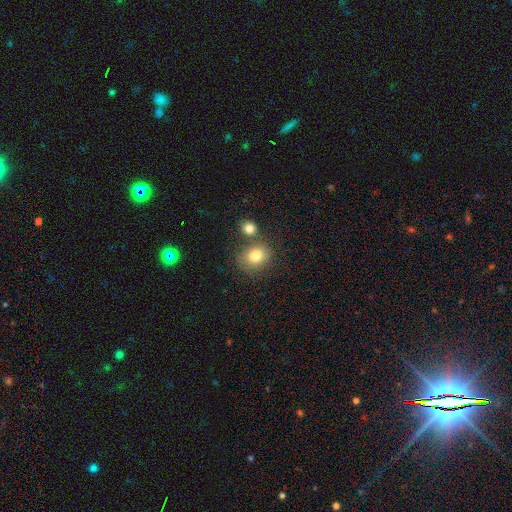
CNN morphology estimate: A smooth galaxy with no disk features (78%) that is round (64%).

Vote fractions:
- Smooth or featured? smooth: 78% / featured or disk: 11% / star or artifact: 11%
- How rounded? round: 64% / in between: 35% / cigar-shaped: 1%
- Merging? none: 63% / merger: 20% / minor disturbance: 13% / major disturbance: 4%